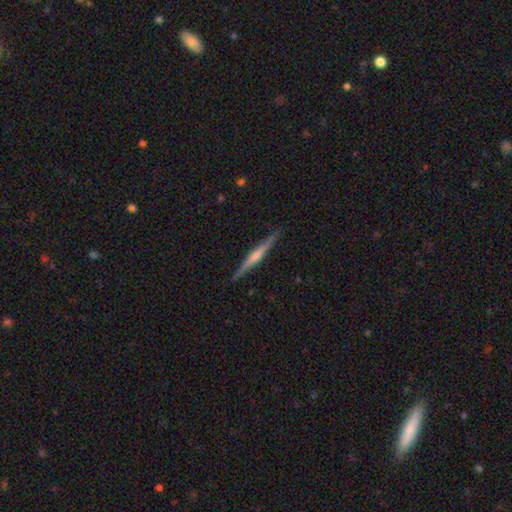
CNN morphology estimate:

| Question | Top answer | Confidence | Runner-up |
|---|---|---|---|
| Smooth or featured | featured or disk | 70% | smooth (24%) |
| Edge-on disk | yes | 98% | no (2%) |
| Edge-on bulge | rounded | 62% | none (21%) |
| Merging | none | 90% | minor disturbance (7%) |